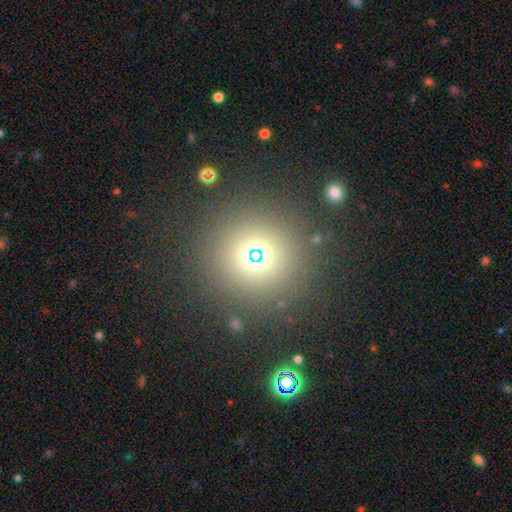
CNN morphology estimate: Smooth or featured?
  - smooth: 51% *
  - star or artifact: 39%
  - featured or disk: 10%
How rounded?
  - round: 90% *
  - in between: 9%
  - cigar-shaped: 1%
Merging?
  - none: 86% *
  - minor disturbance: 7%
  - major disturbance: 4%
  - merger: 3%